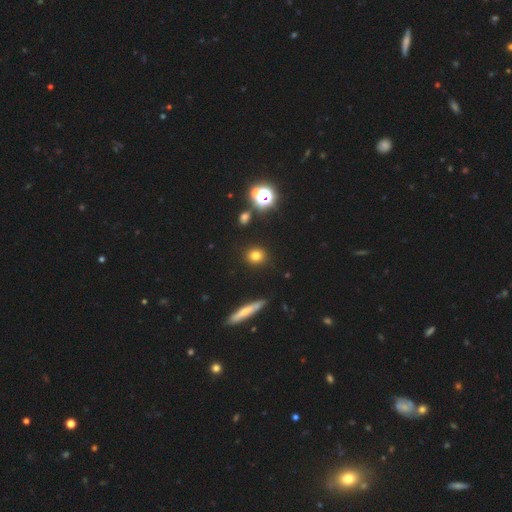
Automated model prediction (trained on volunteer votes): A smooth galaxy with no disk features (75%) that is round (81%). Merging: none (89%).